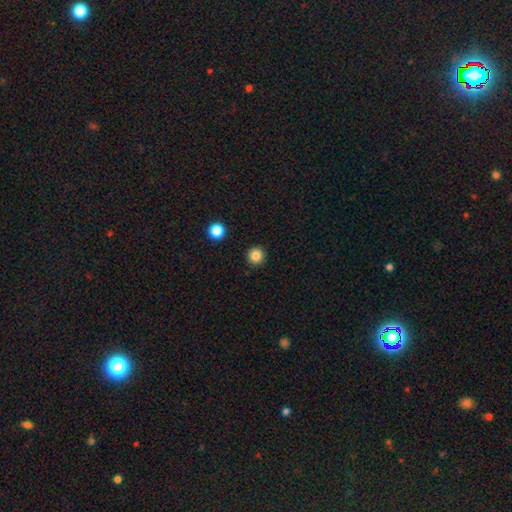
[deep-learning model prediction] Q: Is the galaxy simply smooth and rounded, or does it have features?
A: smooth — 84%.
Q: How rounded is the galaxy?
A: round — 95%.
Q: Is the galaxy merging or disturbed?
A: none — 93%.